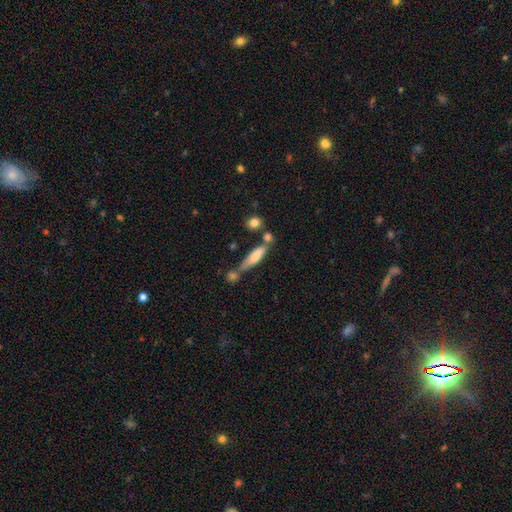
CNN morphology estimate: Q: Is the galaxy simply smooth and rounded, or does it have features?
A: smooth — 71%.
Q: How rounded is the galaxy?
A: cigar-shaped — 71%.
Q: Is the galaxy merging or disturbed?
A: none — 51%.